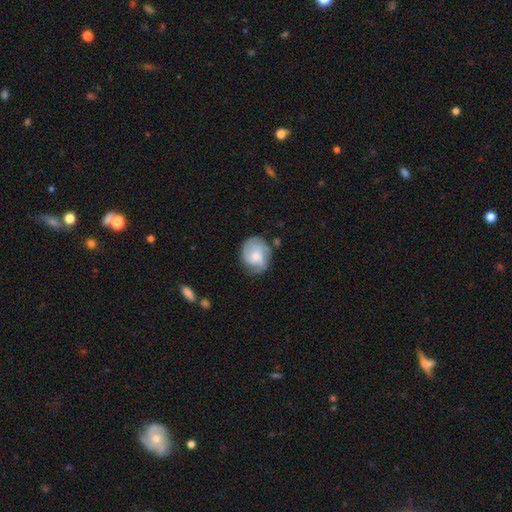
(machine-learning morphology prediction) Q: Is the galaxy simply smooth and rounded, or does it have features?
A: featured or disk — 64%.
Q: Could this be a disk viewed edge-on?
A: no — 98%.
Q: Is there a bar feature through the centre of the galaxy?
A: no — 65%.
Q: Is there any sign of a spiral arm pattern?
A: yes — 90%.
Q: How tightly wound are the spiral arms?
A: tight — 45%.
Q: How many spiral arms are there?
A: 3 — 38%.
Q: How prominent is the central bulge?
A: moderate — 46%.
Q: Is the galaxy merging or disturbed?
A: none — 67%.